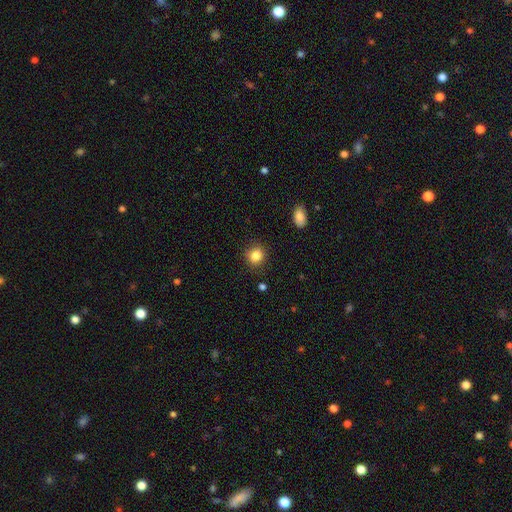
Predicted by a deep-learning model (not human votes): The model was most divided on "how rounded": round: 82%, in between: 17%, cigar-shaped: 1%. More confident: merging — none (86%); smooth or featured — smooth (85%).